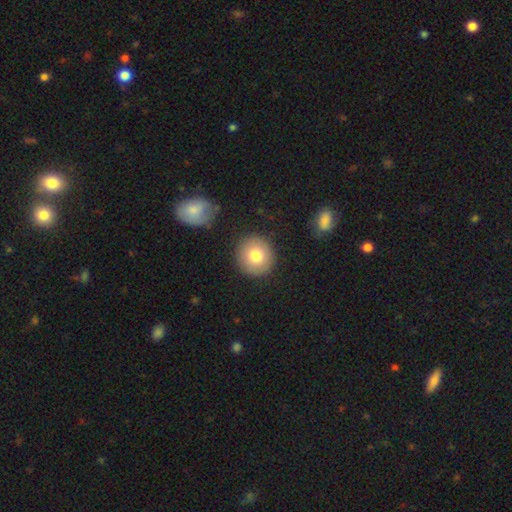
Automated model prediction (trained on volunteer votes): A smooth galaxy with no disk features (79%) that is round (94%). Merging: none (90%).